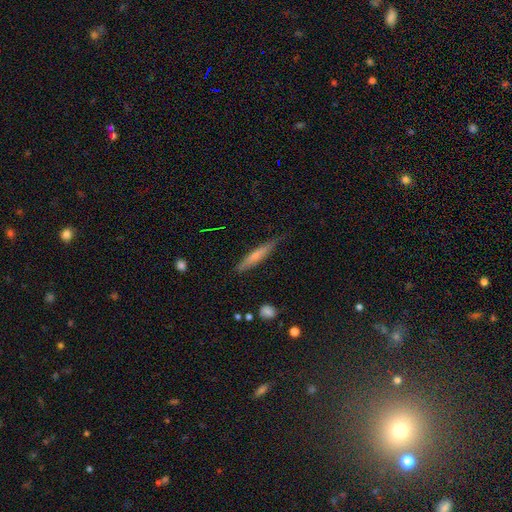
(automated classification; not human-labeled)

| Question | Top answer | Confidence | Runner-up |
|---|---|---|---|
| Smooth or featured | smooth | 57% | featured or disk (36%) |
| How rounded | cigar-shaped | 91% | in between (7%) |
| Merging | none | 80% | minor disturbance (16%) |